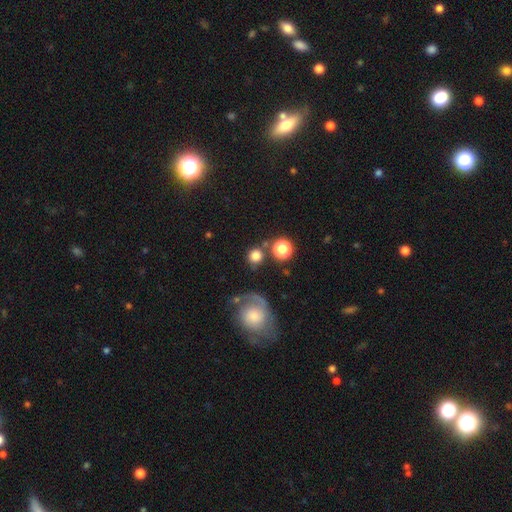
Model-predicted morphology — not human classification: smooth_or_featured: smooth (p=0.76) [alt: star or artifact p=0.12]
how_rounded: round (p=0.90) [alt: in between p=0.09]
merging: none (p=0.72) [alt: merger p=0.12]